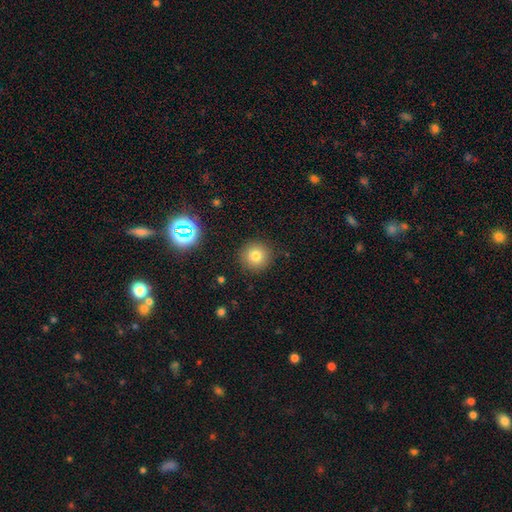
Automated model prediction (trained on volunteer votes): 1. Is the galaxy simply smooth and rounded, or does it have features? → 78% smooth, 14% star or artifact, 8% featured or disk.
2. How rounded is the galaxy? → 94% round, 5% in between, 1% cigar-shaped.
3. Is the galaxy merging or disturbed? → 89% none, 7% minor disturbance, 2% major disturbance, 1% merger.